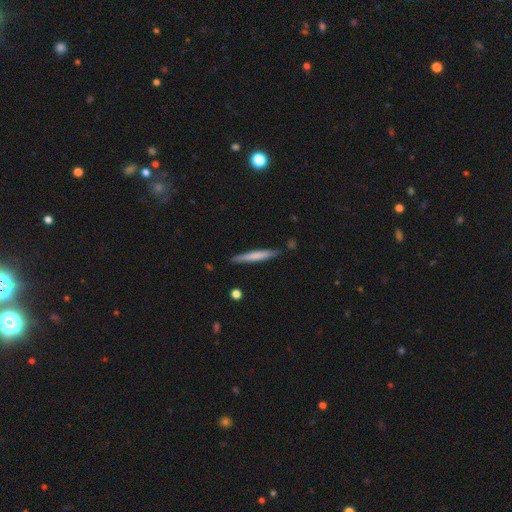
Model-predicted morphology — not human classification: Smooth or featured? Predicted: smooth (p=0.67). How rounded? Predicted: cigar-shaped (p=0.95). Merging? Predicted: none (p=0.85).